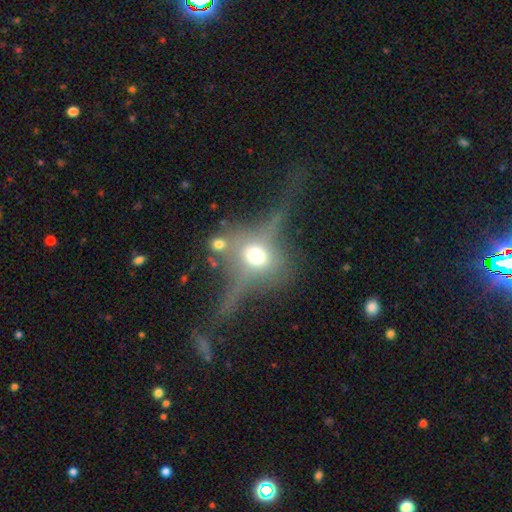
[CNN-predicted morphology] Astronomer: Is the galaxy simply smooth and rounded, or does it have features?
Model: featured or disk — 52% (runner-up: smooth, 31%).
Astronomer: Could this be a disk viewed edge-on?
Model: yes — 70%.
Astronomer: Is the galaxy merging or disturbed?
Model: none — 45% (runner-up: major disturbance, 25%).